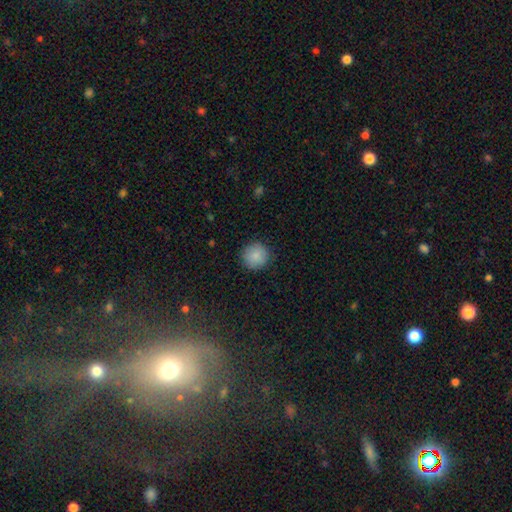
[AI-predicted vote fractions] The model was most divided on "smooth or featured": smooth: 88%, star or artifact: 8%, featured or disk: 4%. More confident: how rounded — round (94%); merging — none (90%).